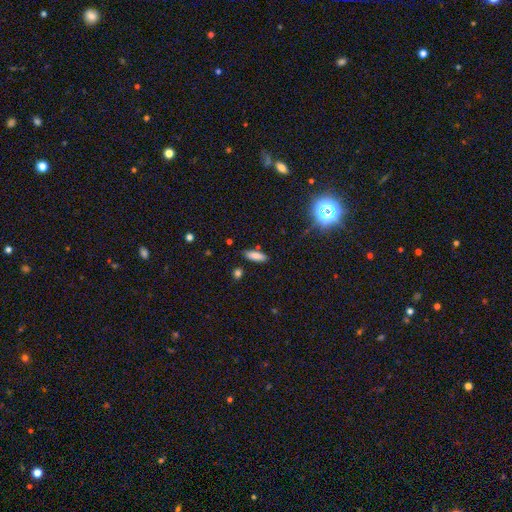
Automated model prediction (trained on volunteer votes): smooth-or-featured: smooth: 82% | star or artifact: 10% | featured or disk: 8%
  how-rounded: in between: 55% | cigar-shaped: 43% | round: 2%
  merging: none: 85% | minor disturbance: 10% | merger: 3% | major disturbance: 2%